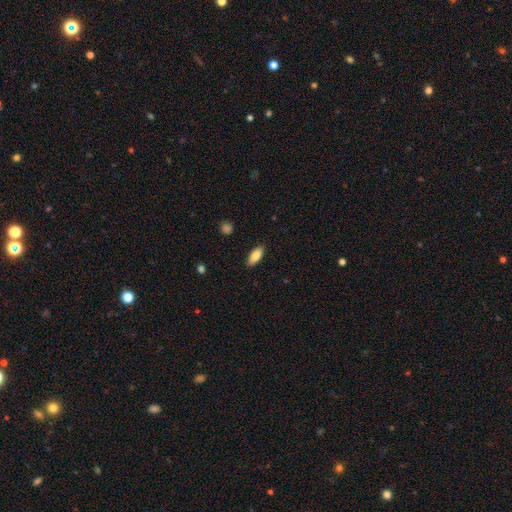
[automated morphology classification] smooth_or_featured: smooth (p=0.83) [alt: featured or disk p=0.11]
how_rounded: in between (p=0.82) [alt: cigar-shaped p=0.16]
merging: none (p=0.89) [alt: minor disturbance p=0.08]